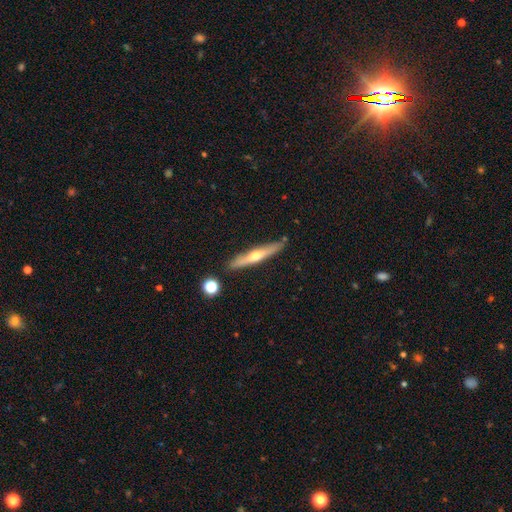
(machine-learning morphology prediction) featured or disk 57%, smooth 37%, star or artifact 6%. Down the decision tree: edge-on disk — yes (93%); edge-on bulge — rounded (85%); merging — none (85%).